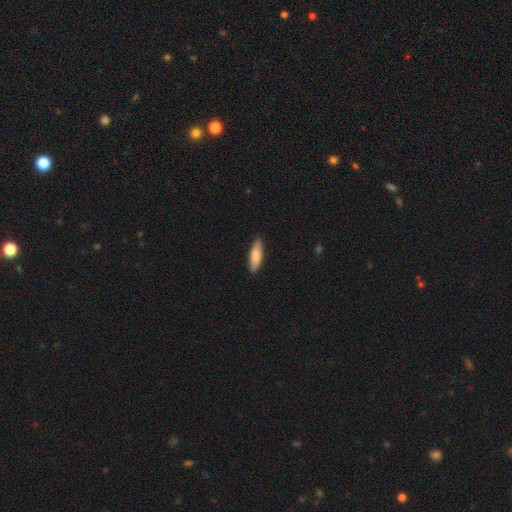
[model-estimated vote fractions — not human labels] smooth 83%, featured or disk 12%, star or artifact 5%. Down the decision tree: how rounded — cigar-shaped (57%); merging — none (87%).